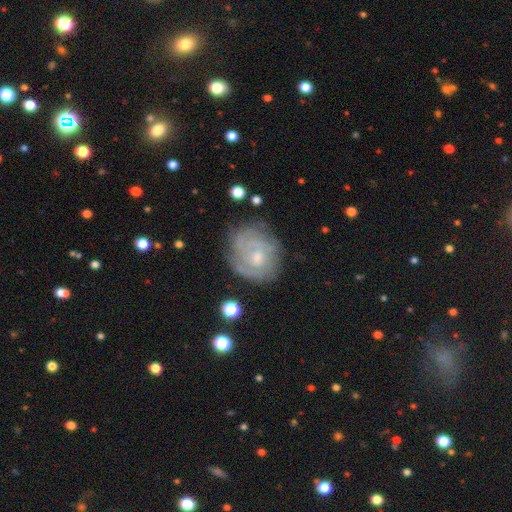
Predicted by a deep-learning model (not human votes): Smooth or featured? featured or disk (75%)
Edge-on disk? no (97%)
Bar? no (72%)
Spiral arms? yes (87%)
Spiral winding? tight (67%)
Spiral arm count? can't tell (42%)
Bulge size? small (52%)
Merging? none (69%)